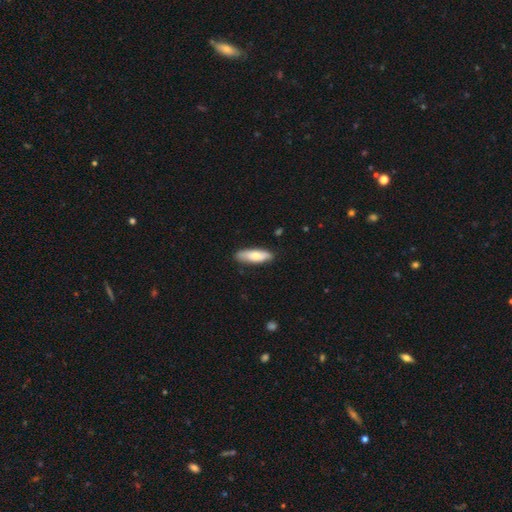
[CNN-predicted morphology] This is likely a smooth galaxy (70%). How rounded: possibly in between (54%). Merging: clearly none (85%).